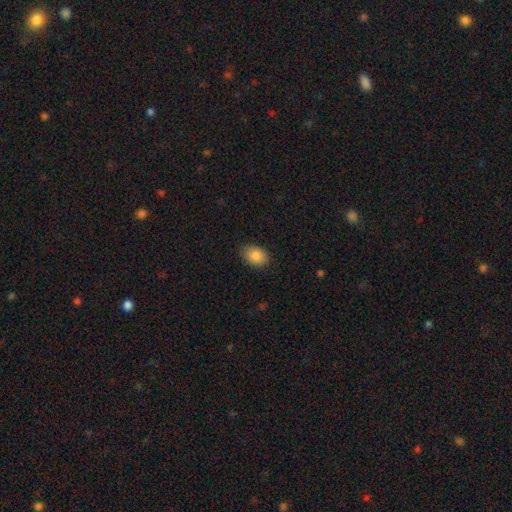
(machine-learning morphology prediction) This is clearly a smooth galaxy (87%). How rounded: likely in between (80%). Merging: clearly none (86%).